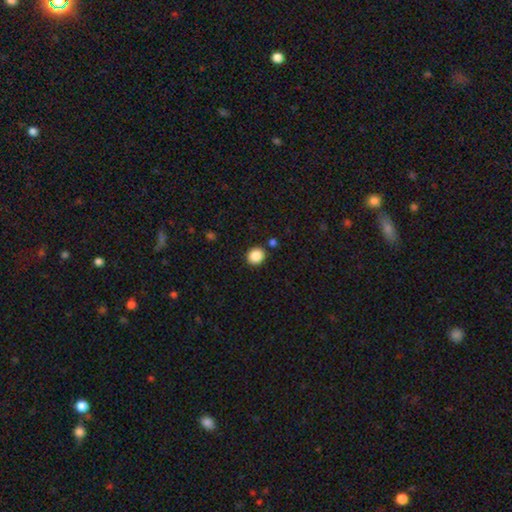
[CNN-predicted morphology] smooth-or-featured: smooth: 88% | star or artifact: 9% | featured or disk: 3%
  how-rounded: round: 78% | in between: 21% | cigar-shaped: 1%
  merging: none: 88% | minor disturbance: 6% | merger: 3% | major disturbance: 2%